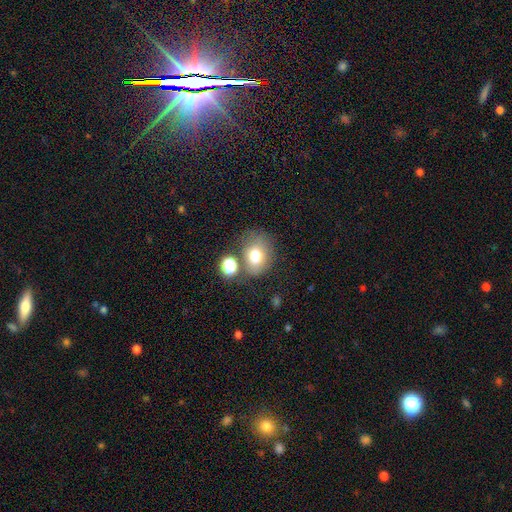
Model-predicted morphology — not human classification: Q: Smooth or featured?
A: smooth (73%); runner-up: featured or disk (15%)
Q: How rounded?
A: round (53%); runner-up: in between (46%)
Q: Merging?
A: none (60%); runner-up: minor disturbance (17%)